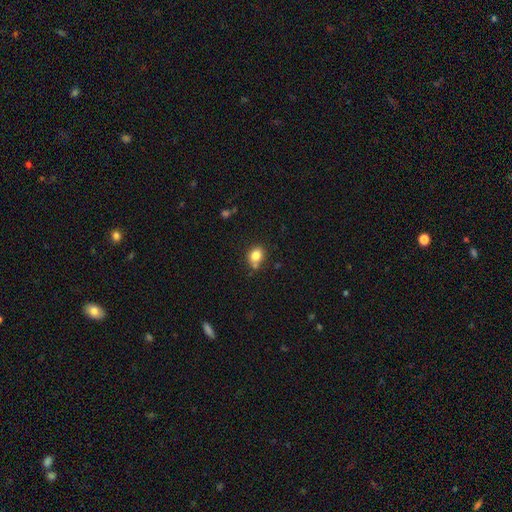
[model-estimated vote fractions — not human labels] Smooth or featured? Predicted: smooth (p=0.82). How rounded? Predicted: in between (p=0.53). Merging? Predicted: none (p=0.69).